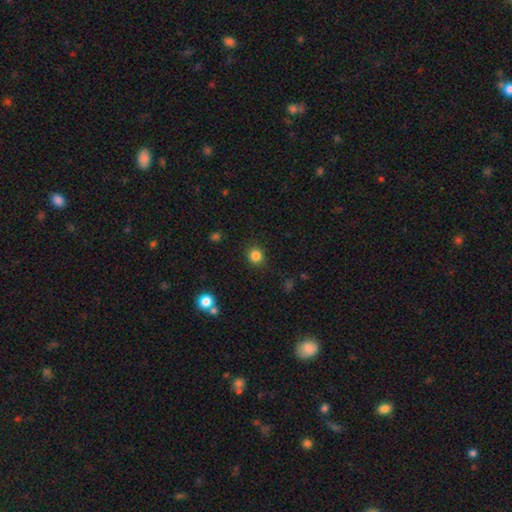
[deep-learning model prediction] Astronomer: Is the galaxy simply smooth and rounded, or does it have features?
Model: smooth — 85%.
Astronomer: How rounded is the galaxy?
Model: round — 88%.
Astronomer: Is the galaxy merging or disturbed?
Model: none — 89%.